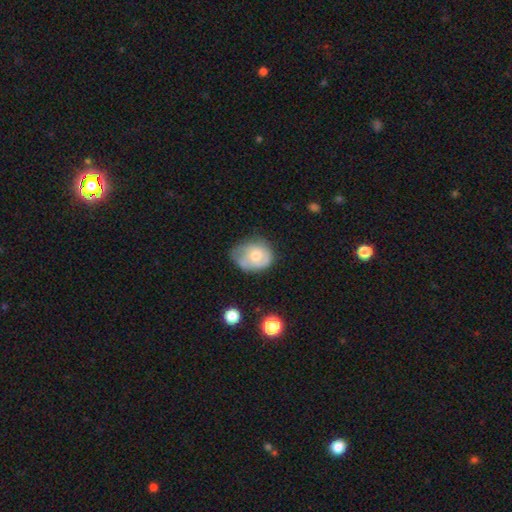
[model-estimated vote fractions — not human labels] The model was most divided on "merging" (2-way tie): minor disturbance: 39%, none: 39%, major disturbance: 19%, merger: 3%. More confident: smooth or featured — smooth (52%); how rounded — round (50%).